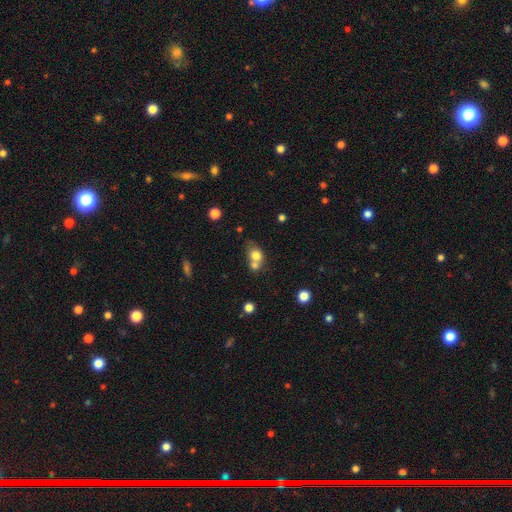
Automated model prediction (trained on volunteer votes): Morphology: type=smooth (75%); roundness=round (62%); merging=merger (55%).